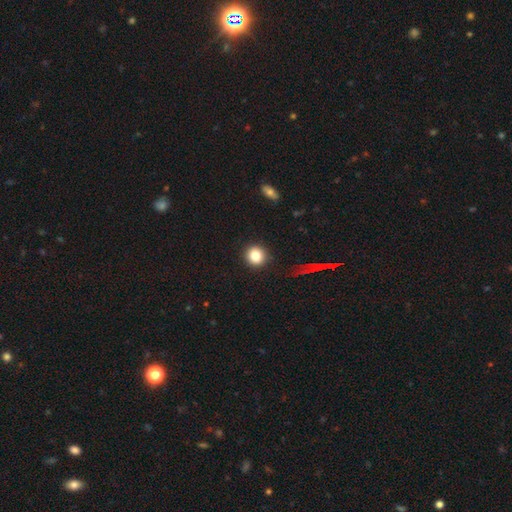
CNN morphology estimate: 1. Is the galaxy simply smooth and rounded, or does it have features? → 83% smooth, 10% star or artifact, 6% featured or disk.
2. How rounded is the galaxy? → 89% round, 10% in between, 1% cigar-shaped.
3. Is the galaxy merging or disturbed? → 90% none, 6% minor disturbance, 2% major disturbance, 1% merger.